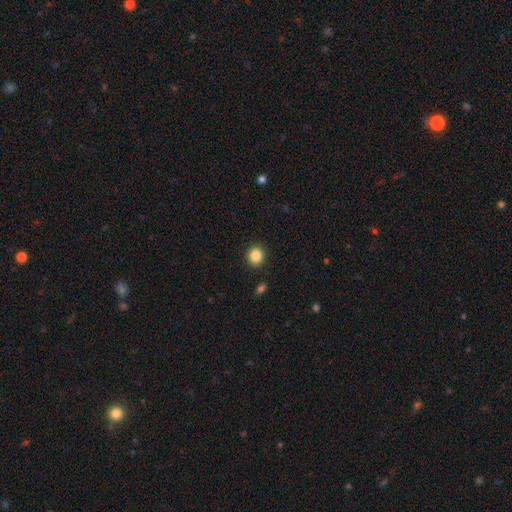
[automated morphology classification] smooth_or_featured: smooth (p=0.86) [alt: star or artifact p=0.10]
how_rounded: round (p=0.78) [alt: in between p=0.21]
merging: none (p=0.91) [alt: minor disturbance p=0.06]